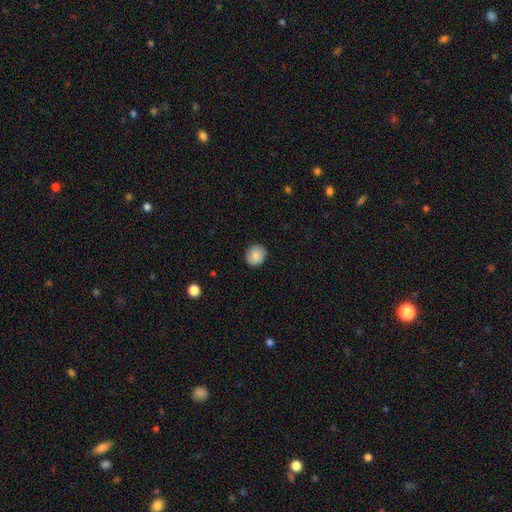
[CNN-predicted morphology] Smooth or featured? smooth (85%)
How rounded? round (82%)
Merging? none (88%)